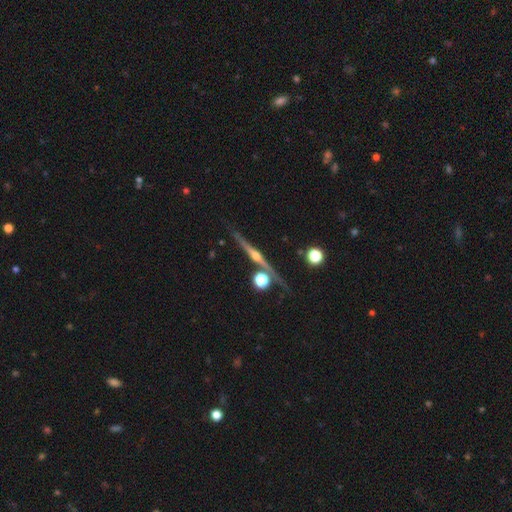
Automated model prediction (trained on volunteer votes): This is clearly a featured or disk galaxy (84%). It is clearly viewed edge-on (98%). Edge-on bulge: clearly rounded (92%). Merging: clearly none (82%).